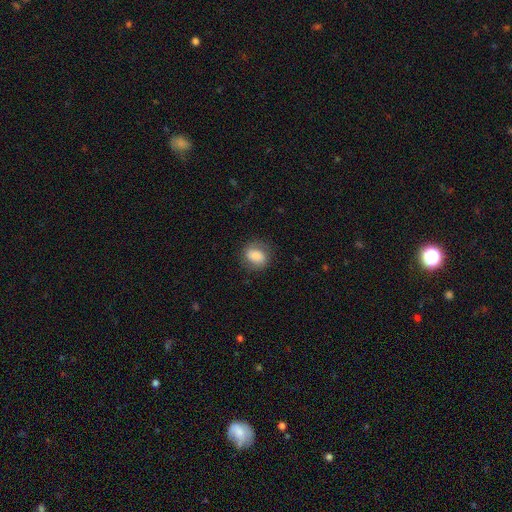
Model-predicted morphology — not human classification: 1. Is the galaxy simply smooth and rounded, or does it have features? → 77% smooth, 15% featured or disk, 8% star or artifact.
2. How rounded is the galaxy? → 50% in between, 49% round, 1% cigar-shaped.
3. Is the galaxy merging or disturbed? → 78% none, 15% minor disturbance, 6% major disturbance, 1% merger.